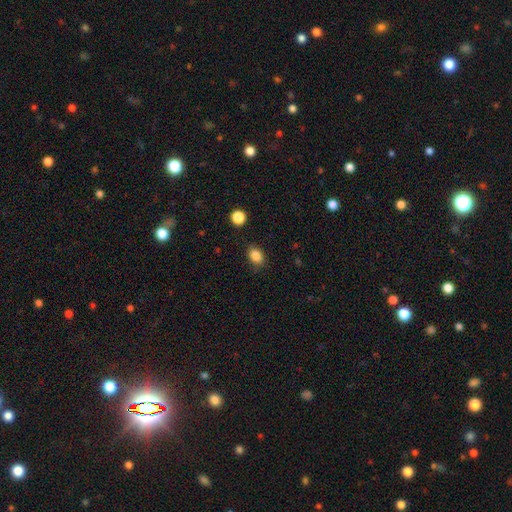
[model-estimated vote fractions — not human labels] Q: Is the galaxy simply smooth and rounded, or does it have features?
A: smooth — 85%.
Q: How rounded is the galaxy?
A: in between — 72%.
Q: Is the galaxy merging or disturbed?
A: none — 83%.